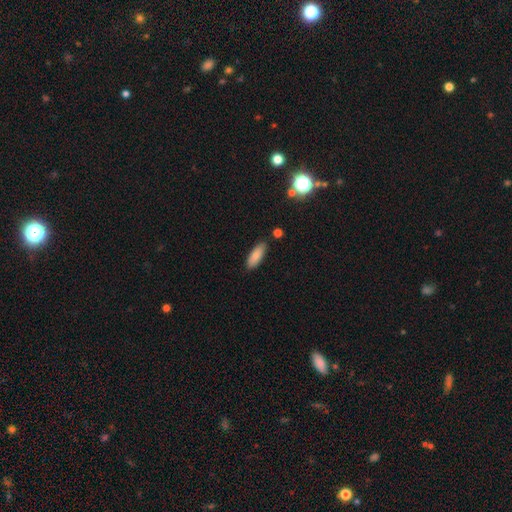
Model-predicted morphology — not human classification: type=smooth (84%); roundness=in between (63%); merging=none (85%).